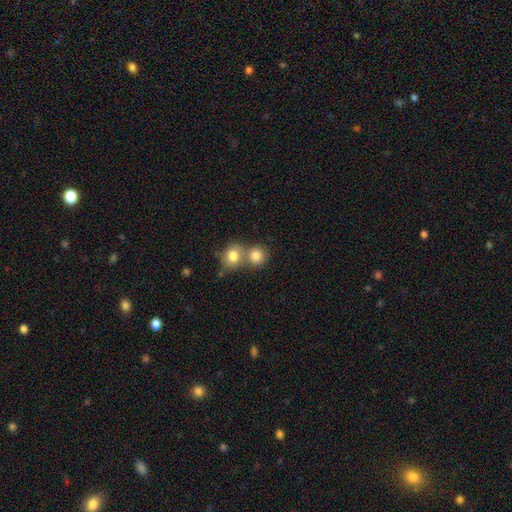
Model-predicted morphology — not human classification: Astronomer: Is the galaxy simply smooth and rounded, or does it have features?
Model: smooth — 82%.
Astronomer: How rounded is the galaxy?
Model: round — 82%.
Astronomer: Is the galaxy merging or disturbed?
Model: merger — 48% (runner-up: none, 42%).